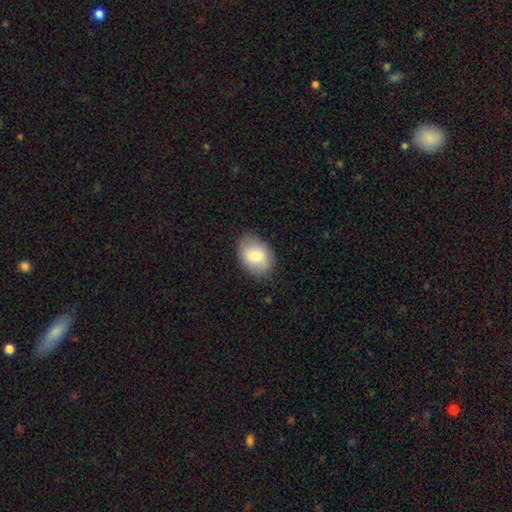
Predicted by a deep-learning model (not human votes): A smooth galaxy with no disk features (78%) that is in between round and cigar-shaped (75%).

Vote fractions:
- Smooth or featured? smooth: 78% / featured or disk: 15% / star or artifact: 7%
- How rounded? in between: 75% / round: 24% / cigar-shaped: 1%
- Merging? none: 85% / minor disturbance: 12% / major disturbance: 3% / merger: 1%